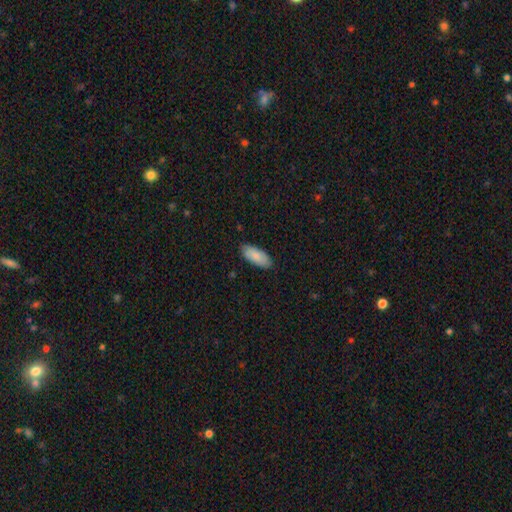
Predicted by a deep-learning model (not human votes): Smooth or featured? Predicted: smooth (p=0.85). How rounded? Predicted: in between (p=0.86). Merging? Predicted: none (p=0.85).